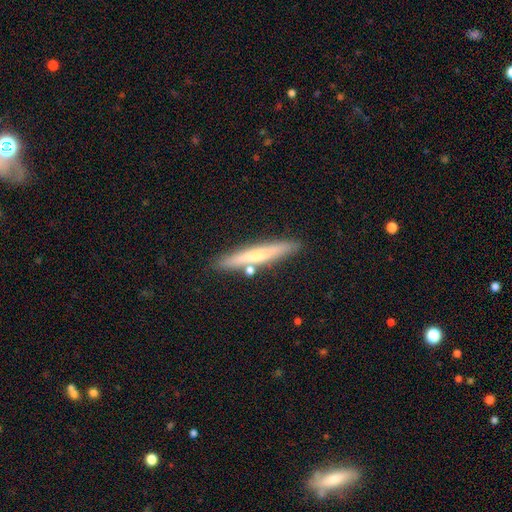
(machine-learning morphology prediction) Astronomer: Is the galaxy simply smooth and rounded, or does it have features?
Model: featured or disk — 53% (runner-up: smooth, 38%).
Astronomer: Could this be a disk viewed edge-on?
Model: yes — 95%.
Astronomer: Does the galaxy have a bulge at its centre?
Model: rounded — 59% (runner-up: none, 34%).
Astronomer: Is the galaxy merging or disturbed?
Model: none — 84%.